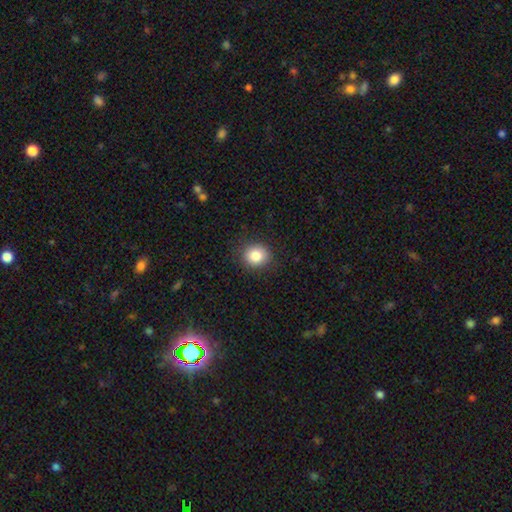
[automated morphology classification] The model was most divided on "how rounded": round: 79%, in between: 20%, cigar-shaped: 1%. More confident: merging — none (88%); smooth or featured — smooth (85%).